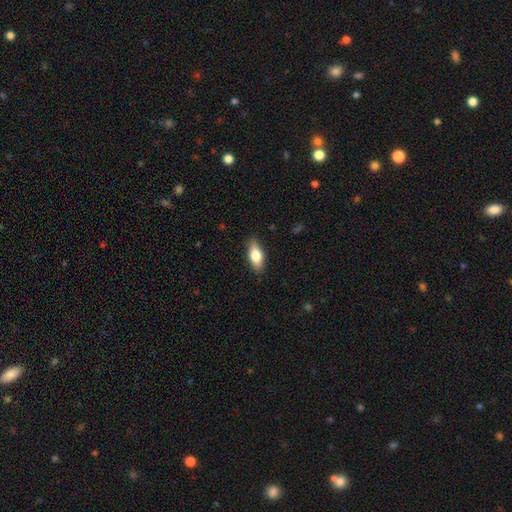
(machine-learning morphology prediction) Overall: smooth (73%). How rounded: in between (79%). Merging: none (85%).